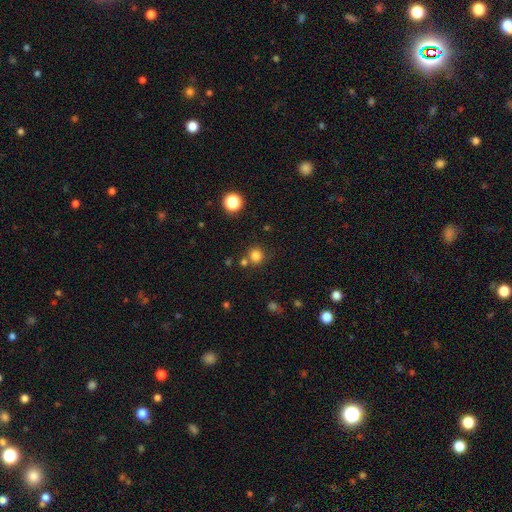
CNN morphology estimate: A smooth galaxy with no disk features (80%) that is round (91%). Merging: none (74%).